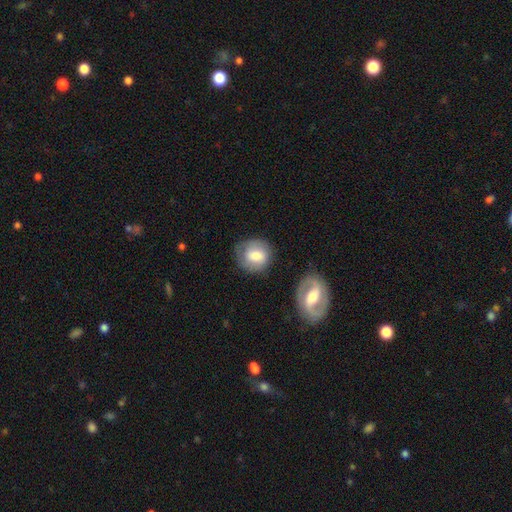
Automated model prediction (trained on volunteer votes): Overall: smooth (68%). How rounded: round (80%). Merging: none (71%).